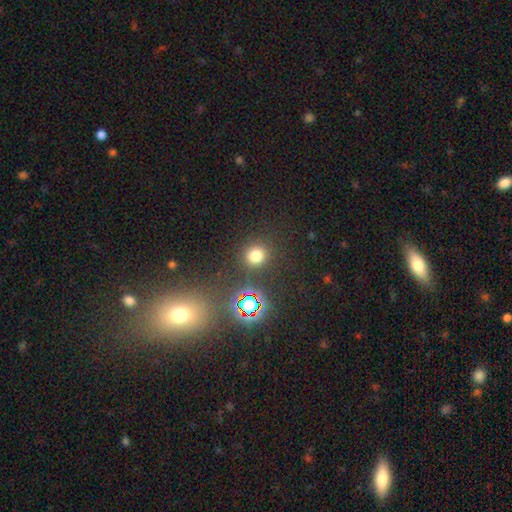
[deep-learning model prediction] This appears to be a smooth galaxy with no disk features (71%) that is round (88%). Merging: none (87%).